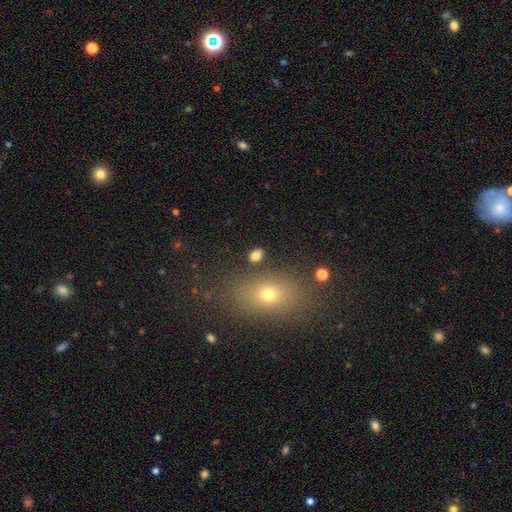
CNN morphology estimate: Overall: smooth (79%). How rounded: in between (75%). Merging: none (83%).